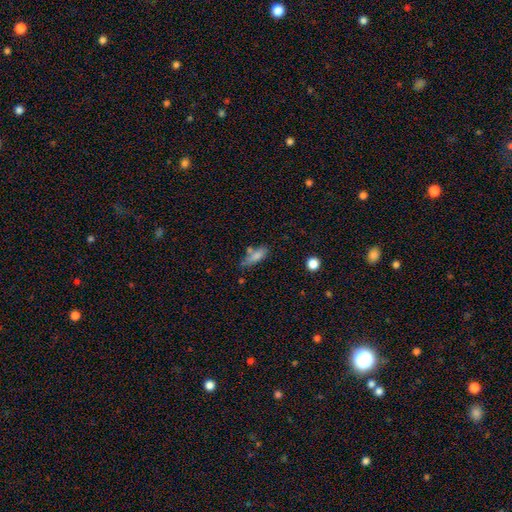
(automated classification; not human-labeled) A smooth galaxy with no disk features (77%) that is in between round and cigar-shaped (56%). Merging: none (55%).